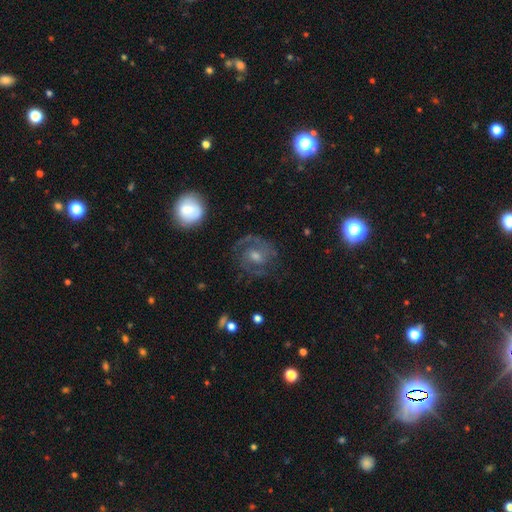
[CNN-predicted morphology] This is clearly a featured or disk galaxy (80%). It is clearly not viewed edge-on (98%). Bar: possibly no (46%). Spiral arm pattern: clearly yes (94%). Spiral arm count: likely 2 (68%). Spiral winding: possibly tight (46%). Central bulge: possibly moderate (57%). Merging: likely none (76%).